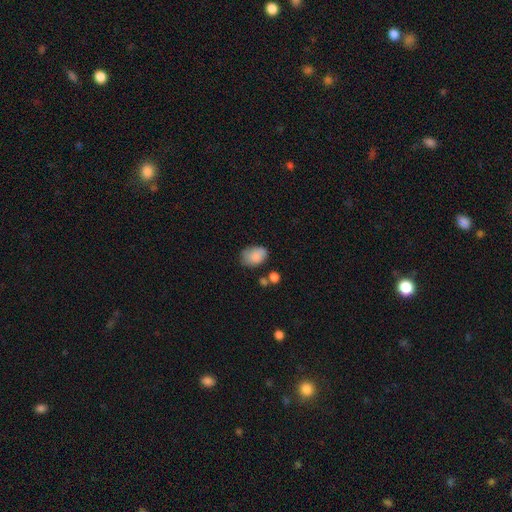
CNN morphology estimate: Smooth or featured? Predicted: smooth (p=0.85). How rounded? Predicted: in between (p=0.79). Merging? Predicted: none (p=0.57).